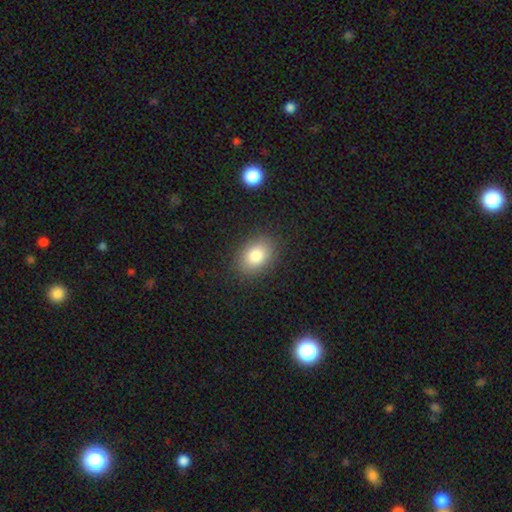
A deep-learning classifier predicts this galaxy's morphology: A smooth galaxy with no disk features (83%) that is in between round and cigar-shaped (75%).

Vote fractions:
- Smooth or featured? smooth: 83% / star or artifact: 9% / featured or disk: 8%
- How rounded? in between: 75% / round: 24% / cigar-shaped: 1%
- Merging? none: 87% / minor disturbance: 9% / major disturbance: 3% / merger: 1%